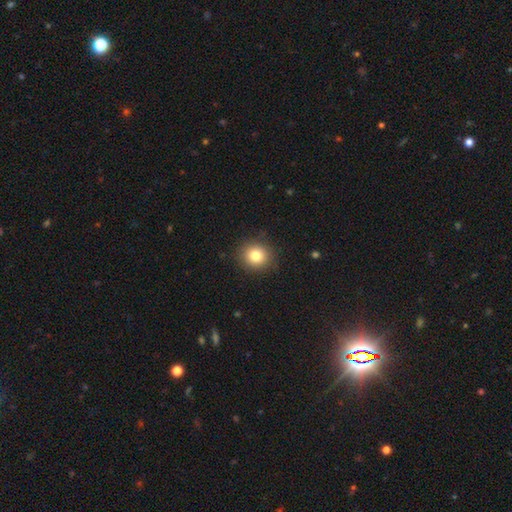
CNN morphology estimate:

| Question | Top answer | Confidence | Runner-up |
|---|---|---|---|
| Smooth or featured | smooth | 81% | star or artifact (11%) |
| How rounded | round | 88% | in between (11%) |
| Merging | none | 90% | minor disturbance (7%) |